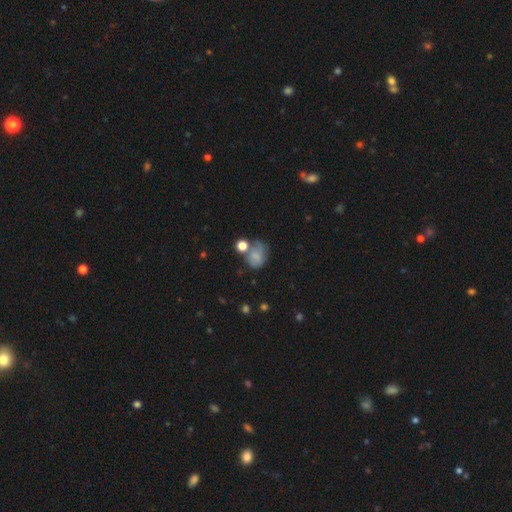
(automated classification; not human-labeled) Morphology: type=smooth (69%); roundness=in between (51%); merging=none (39%).